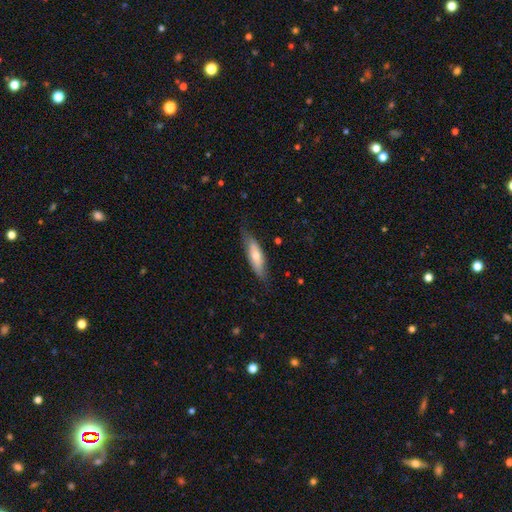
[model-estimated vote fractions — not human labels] The model was most divided on "how rounded": cigar-shaped: 53%, in between: 45%, round: 2%. More confident: merging — none (75%); smooth or featured — smooth (61%).